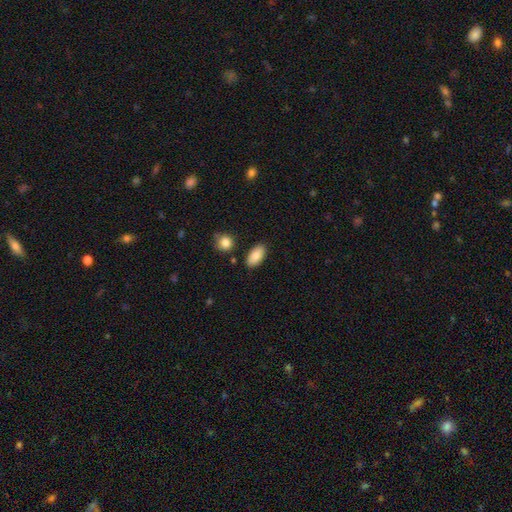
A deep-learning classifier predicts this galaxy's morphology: smooth 86%, featured or disk 7%, star or artifact 7%. Down the decision tree: how rounded — in between (93%); merging — none (85%).